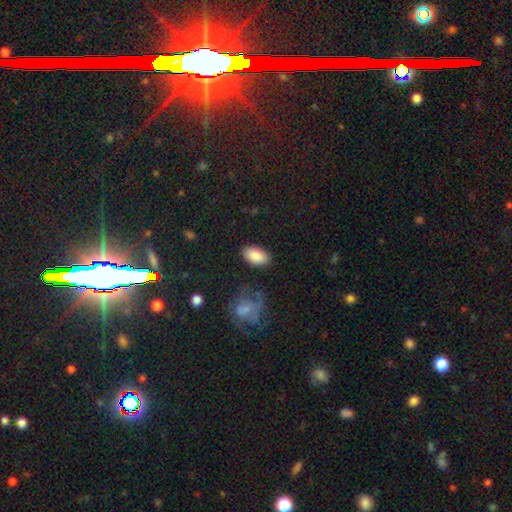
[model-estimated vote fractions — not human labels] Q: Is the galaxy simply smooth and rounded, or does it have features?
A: smooth — 87%.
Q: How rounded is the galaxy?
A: in between — 93%.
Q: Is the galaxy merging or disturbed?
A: none — 85%.